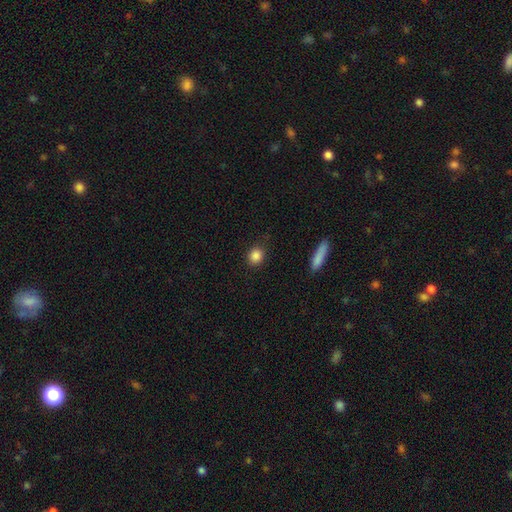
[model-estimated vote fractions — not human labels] A smooth galaxy with no disk features (86%) that is round (78%).

Vote fractions:
- Smooth or featured? smooth: 86% / star or artifact: 9% / featured or disk: 4%
- How rounded? round: 78% / in between: 20% / cigar-shaped: 2%
- Merging? none: 85% / minor disturbance: 10% / major disturbance: 3% / merger: 2%